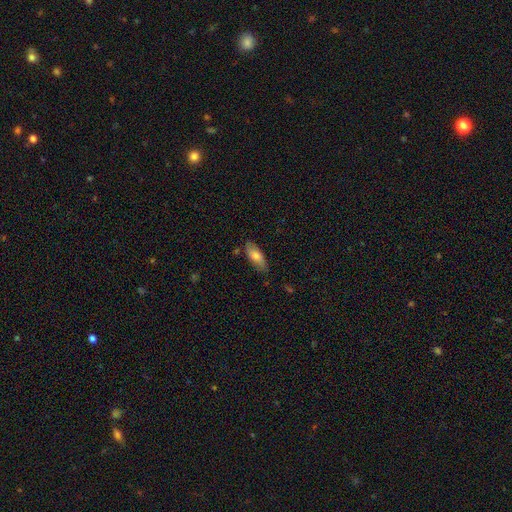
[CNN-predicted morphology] Q: Smooth or featured?
A: smooth (74%); runner-up: featured or disk (19%)
Q: How rounded?
A: in between (73%); runner-up: cigar-shaped (25%)
Q: Merging?
A: none (76%); runner-up: minor disturbance (19%)